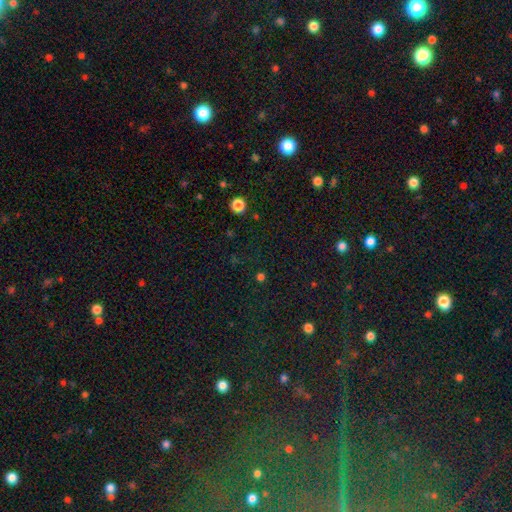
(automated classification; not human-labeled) This is likely a star or artifact rather than a galaxy (72%).